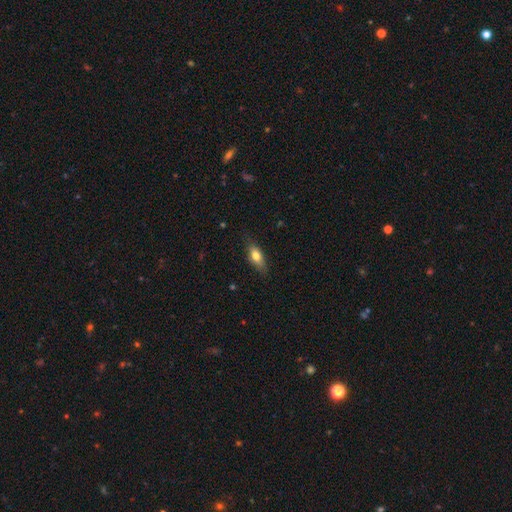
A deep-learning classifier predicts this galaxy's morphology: Smooth or featured: smooth — 71% (featured or disk — 21%)
How rounded: in between — 75% (cigar-shaped — 20%)
Merging: none — 77% (minor disturbance — 19%)